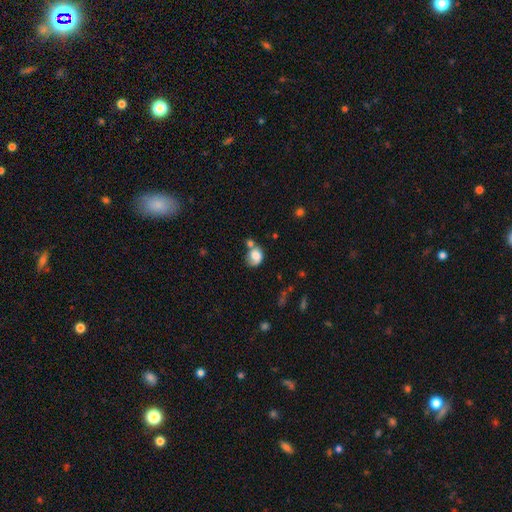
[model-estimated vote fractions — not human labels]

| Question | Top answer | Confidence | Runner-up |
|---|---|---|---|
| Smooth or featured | smooth | 68% | featured or disk (22%) |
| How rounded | round | 53% | in between (45%) |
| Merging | none | 34% | merger (27%) |